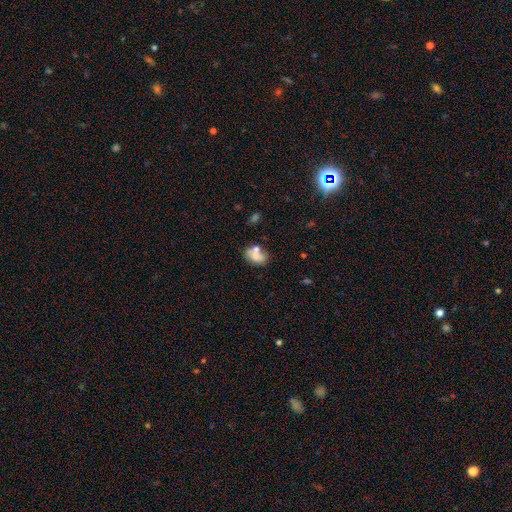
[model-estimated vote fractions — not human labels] Q: Smooth or featured?
A: smooth (66%); runner-up: featured or disk (25%)
Q: How rounded?
A: in between (76%); runner-up: round (22%)
Q: Merging?
A: none (46%); runner-up: merger (29%)